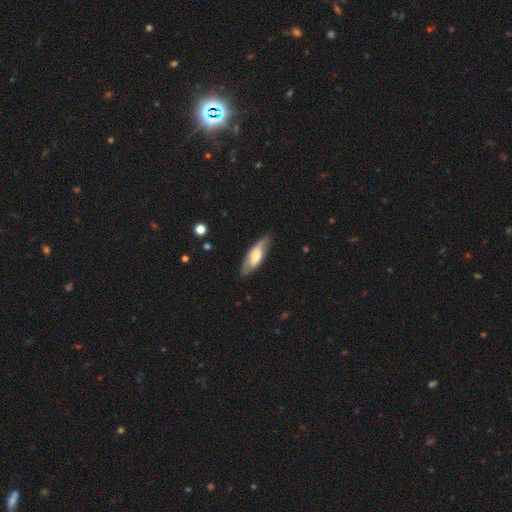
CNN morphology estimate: smooth-or-featured: smooth: 49% | featured or disk: 45% | star or artifact: 6%
  merging: none: 73% | minor disturbance: 21% | major disturbance: 5% | merger: 1%